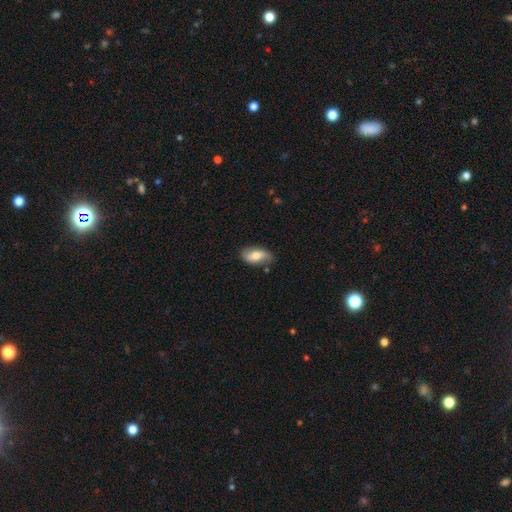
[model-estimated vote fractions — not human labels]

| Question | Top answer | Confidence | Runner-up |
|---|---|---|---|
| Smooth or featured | smooth | 64% | featured or disk (29%) |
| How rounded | in between | 91% | cigar-shaped (5%) |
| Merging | none | 73% | minor disturbance (20%) |